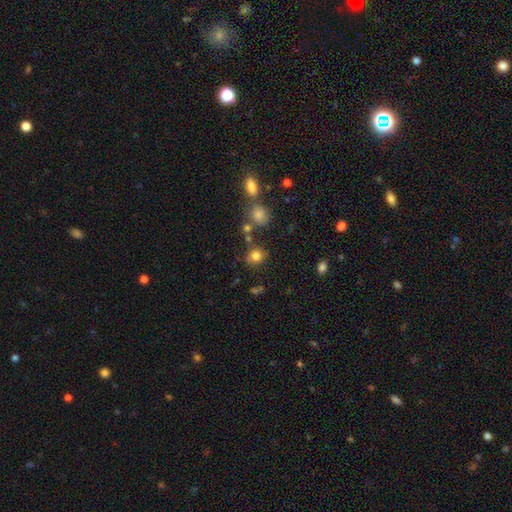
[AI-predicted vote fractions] The model was most divided on "how rounded": round: 78%, in between: 21%, cigar-shaped: 1%. More confident: smooth or featured — smooth (80%); merging — none (72%).